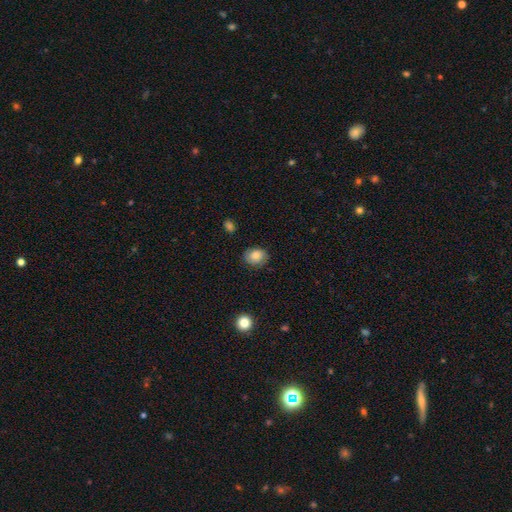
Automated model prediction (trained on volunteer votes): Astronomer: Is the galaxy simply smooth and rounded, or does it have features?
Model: smooth — 75%.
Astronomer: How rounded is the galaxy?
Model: round — 58% (runner-up: in between, 41%).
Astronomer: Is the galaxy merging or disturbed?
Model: none — 81%.